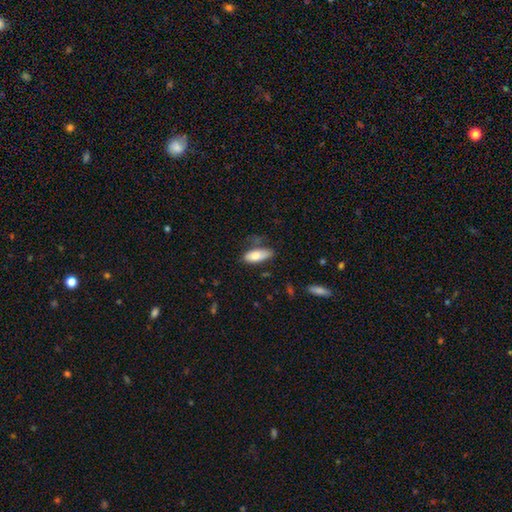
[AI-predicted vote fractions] smooth_or_featured: smooth (p=0.78) [alt: featured or disk p=0.16]
how_rounded: in between (p=0.77) [alt: cigar-shaped p=0.21]
merging: none (p=0.59) [alt: minor disturbance p=0.28]